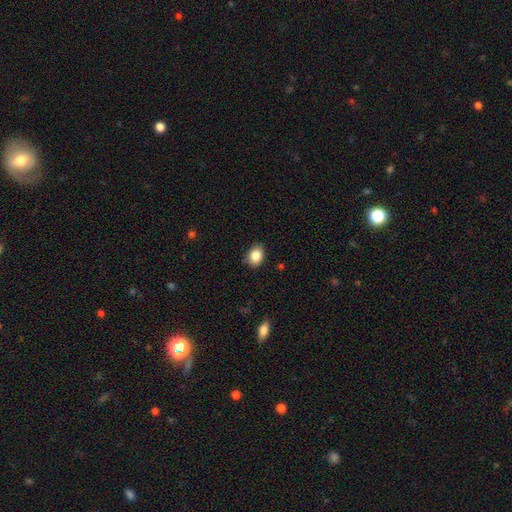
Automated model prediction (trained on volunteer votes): This is clearly a smooth galaxy (85%). How rounded: likely in between (61%). Merging: clearly none (84%).